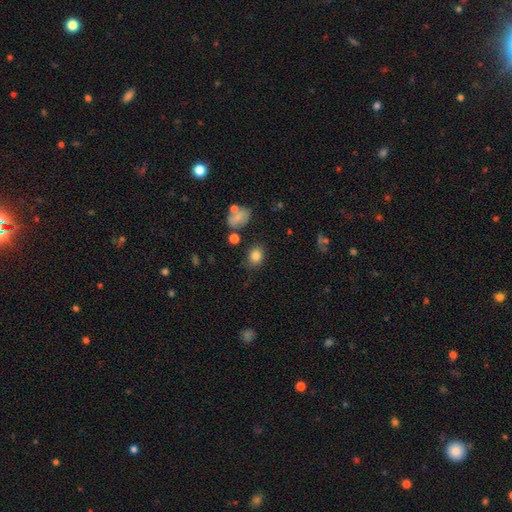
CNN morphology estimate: The model was most divided on "how rounded": round: 51%, in between: 48%, cigar-shaped: 1%. More confident: smooth or featured — smooth (83%); merging — none (76%).